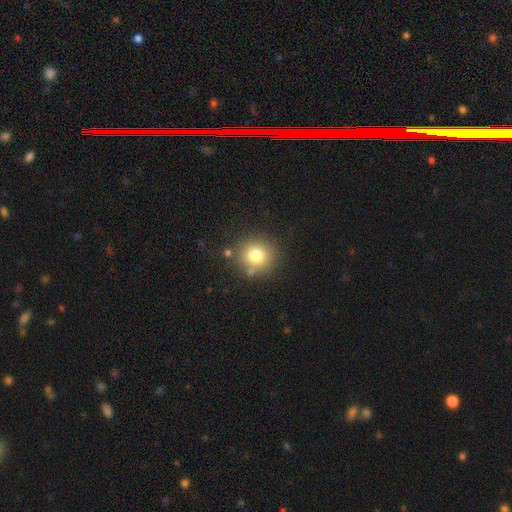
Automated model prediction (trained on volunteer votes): This appears to be a smooth galaxy with no disk features (78%) that is round (88%). Merging: none (80%).